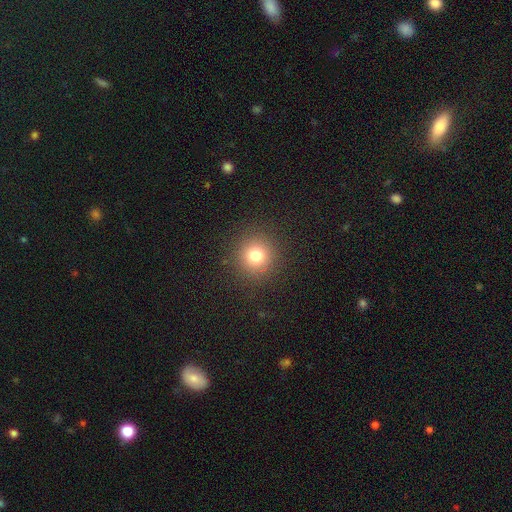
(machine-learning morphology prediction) smooth_or_featured: smooth (p=0.78) [alt: star or artifact p=0.15]
how_rounded: round (p=0.94) [alt: in between p=0.05]
merging: none (p=0.90) [alt: minor disturbance p=0.06]